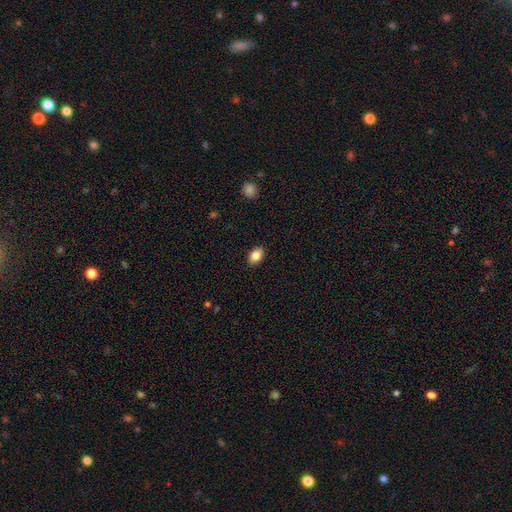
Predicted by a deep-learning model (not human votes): Overall: smooth (85%). How rounded: in between (83%). Merging: none (89%).